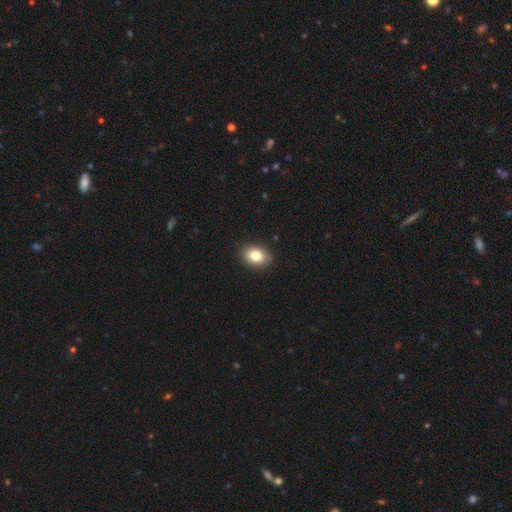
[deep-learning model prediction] This appears to be a smooth galaxy with no disk features (83%) that is in between round and cigar-shaped (74%). Merging: none (88%).